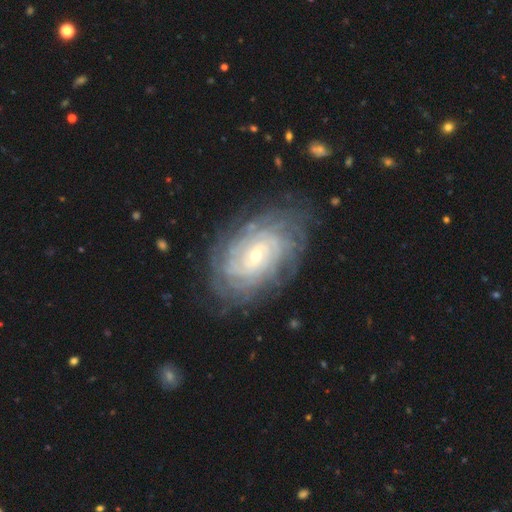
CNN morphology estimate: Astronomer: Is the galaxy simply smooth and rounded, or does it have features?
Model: featured or disk — 88%.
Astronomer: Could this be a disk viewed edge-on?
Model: no — 96%.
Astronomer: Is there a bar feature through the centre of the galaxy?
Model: no — 55% (runner-up: weak, 33%).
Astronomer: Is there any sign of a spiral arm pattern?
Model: yes — 97%.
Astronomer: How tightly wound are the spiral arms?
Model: tight — 84%.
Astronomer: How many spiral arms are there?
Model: can't tell — 36% (runner-up: more than 4, 26%).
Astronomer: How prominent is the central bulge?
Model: small — 65%.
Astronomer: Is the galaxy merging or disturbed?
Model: none — 80%.